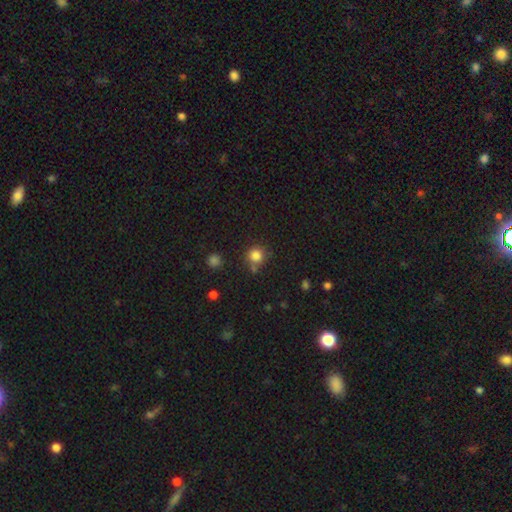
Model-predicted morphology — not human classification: The model was most divided on "merging": none: 73%, minor disturbance: 12%, merger: 11%, major disturbance: 4%. More confident: how rounded — round (91%); smooth or featured — smooth (83%).